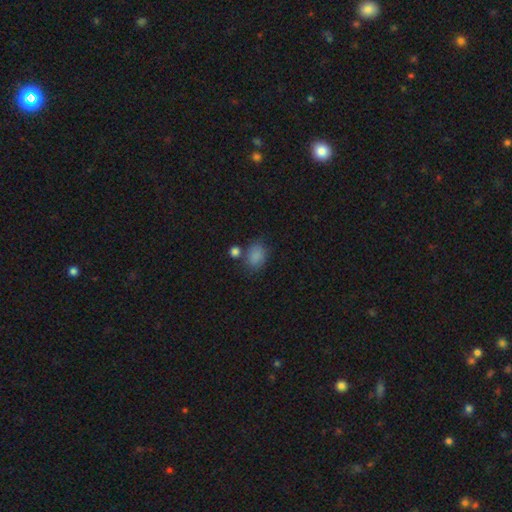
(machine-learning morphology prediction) smooth 82%, star or artifact 11%, featured or disk 7%. Down the decision tree: how rounded — in between (64%); merging — none (61%).